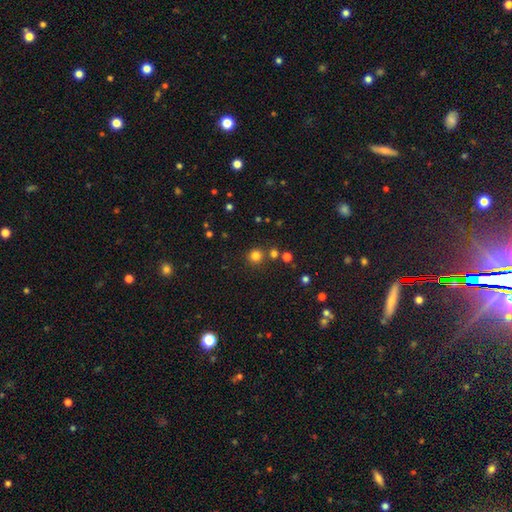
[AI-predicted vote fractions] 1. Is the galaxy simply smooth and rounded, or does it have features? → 79% smooth, 16% star or artifact, 5% featured or disk.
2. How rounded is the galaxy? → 94% round, 5% in between, 1% cigar-shaped.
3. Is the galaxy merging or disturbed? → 82% none, 9% merger, 7% minor disturbance, 3% major disturbance.